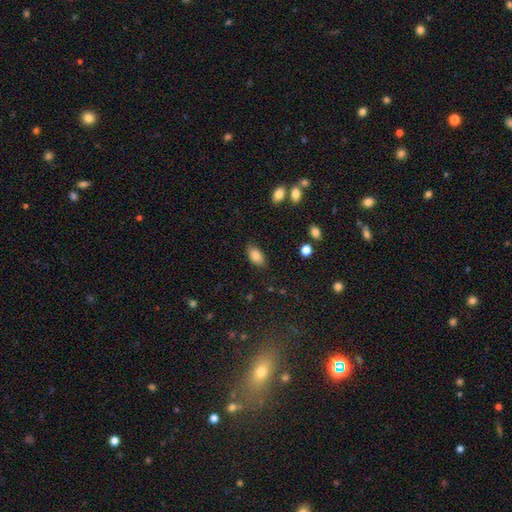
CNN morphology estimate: Smooth or featured?
  - smooth: 85% *
  - star or artifact: 8%
  - featured or disk: 7%
How rounded?
  - in between: 92% *
  - round: 6%
  - cigar-shaped: 3%
Merging?
  - none: 83% *
  - minor disturbance: 12%
  - major disturbance: 3%
  - merger: 1%